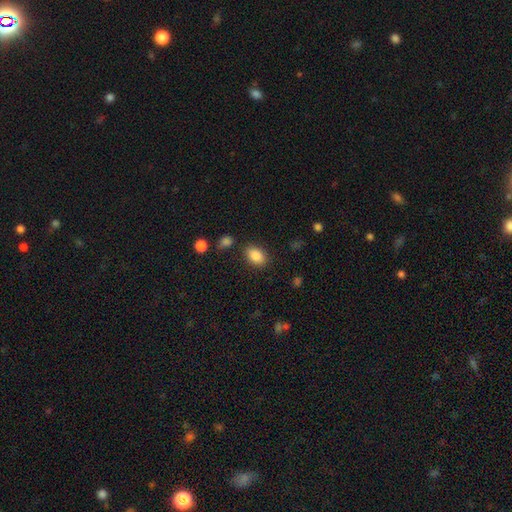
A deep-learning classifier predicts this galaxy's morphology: smooth_or_featured: smooth (p=0.87) [alt: star or artifact p=0.08]
how_rounded: in between (p=0.83) [alt: round p=0.16]
merging: none (p=0.81) [alt: minor disturbance p=0.11]